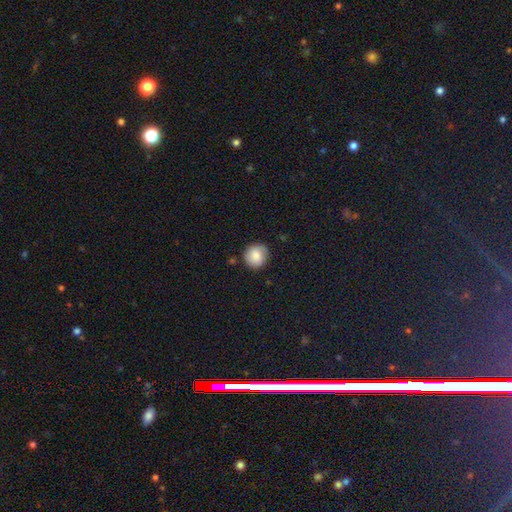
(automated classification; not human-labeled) Smooth or featured? smooth (83%)
How rounded? round (90%)
Merging? none (83%)